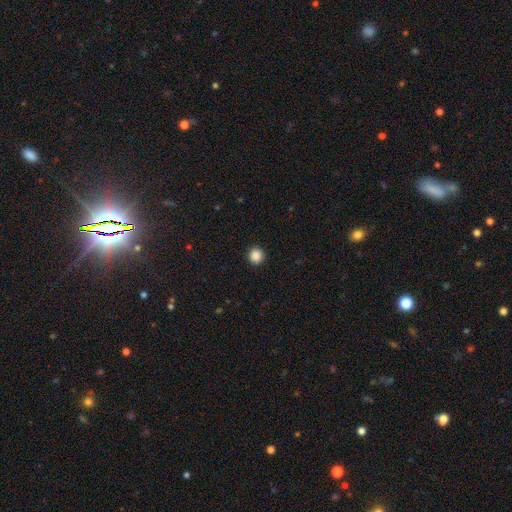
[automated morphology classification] Smooth or featured? Predicted: smooth (p=0.88). How rounded? Predicted: round (p=0.93). Merging? Predicted: none (p=0.92).